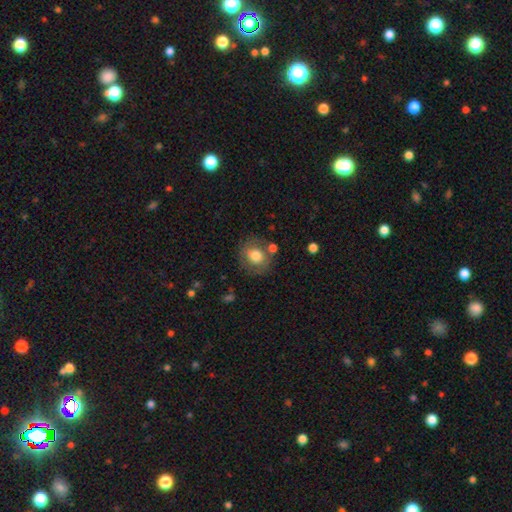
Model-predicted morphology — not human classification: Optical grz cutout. It shows a smooth galaxy with no disk features (71%) that is round (77%). Merging: none (74%).